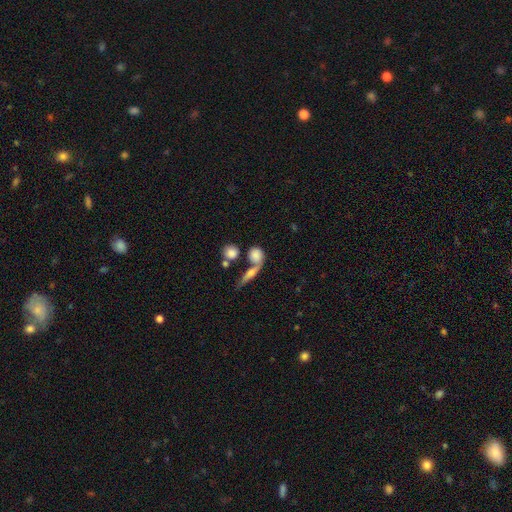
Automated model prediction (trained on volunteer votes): smooth_or_featured: smooth (p=0.73) [alt: featured or disk p=0.18]
how_rounded: round (p=0.62) [alt: in between p=0.29]
merging: none (p=0.44) [alt: merger p=0.36]